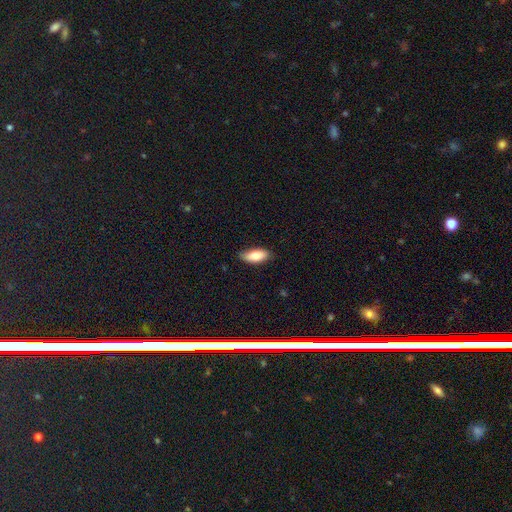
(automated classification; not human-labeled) Smooth or featured: smooth — 82% (featured or disk — 12%)
How rounded: in between — 85% (cigar-shaped — 13%)
Merging: none — 77% (minor disturbance — 19%)